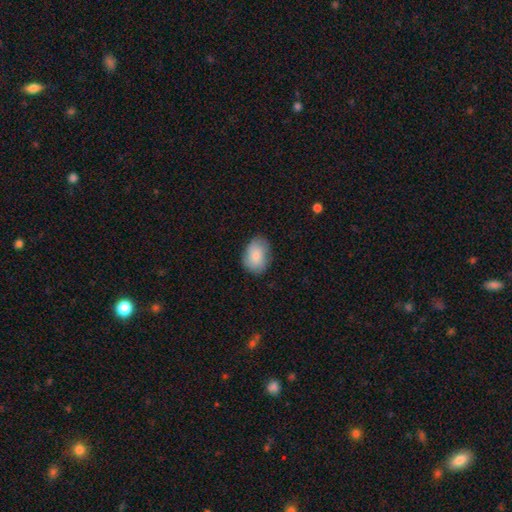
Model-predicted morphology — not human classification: This is clearly a smooth galaxy (83%). How rounded: likely in between (76%). Merging: likely none (77%).